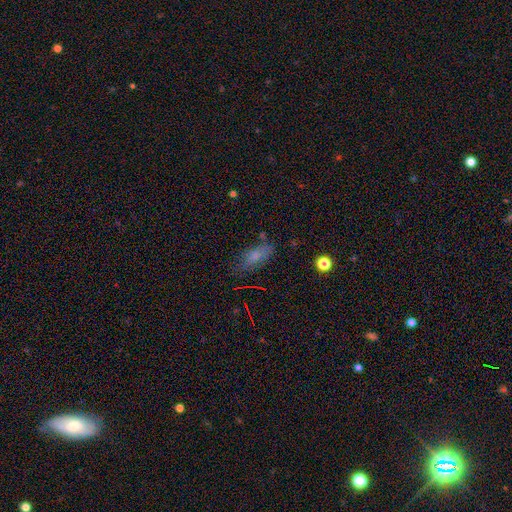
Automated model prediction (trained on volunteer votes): Smooth or featured?
  - smooth: 68% *
  - featured or disk: 18%
  - star or artifact: 15%
How rounded?
  - in between: 75% *
  - cigar-shaped: 21%
  - round: 5%
Merging?
  - none: 66% *
  - minor disturbance: 22%
  - major disturbance: 8%
  - merger: 4%